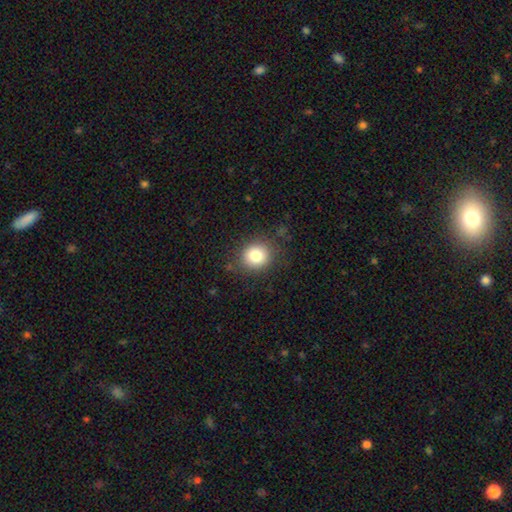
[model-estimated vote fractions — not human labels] Q: Smooth or featured?
A: smooth (81%); runner-up: star or artifact (11%)
Q: How rounded?
A: round (82%); runner-up: in between (18%)
Q: Merging?
A: none (83%); runner-up: minor disturbance (11%)